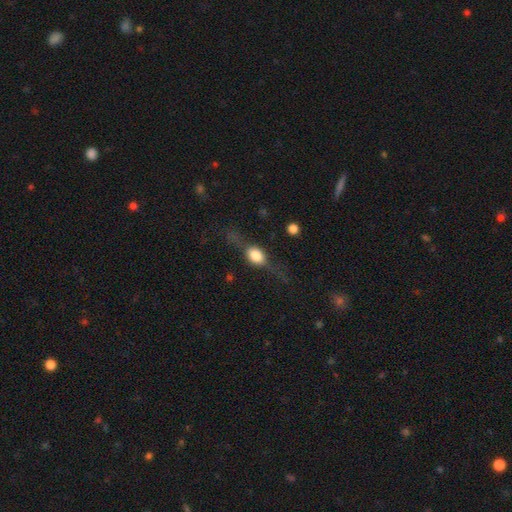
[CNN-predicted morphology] A smooth galaxy with no disk features (47%). Merging: none (62%).